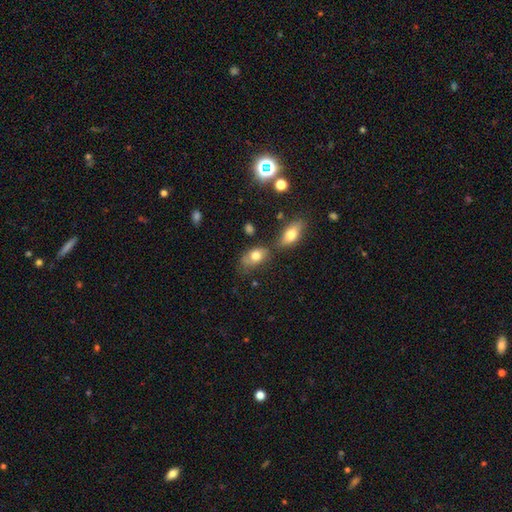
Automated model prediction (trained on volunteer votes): smooth 75%, featured or disk 16%, star or artifact 9%. Down the decision tree: how rounded — in between (86%); merging — none (50%).